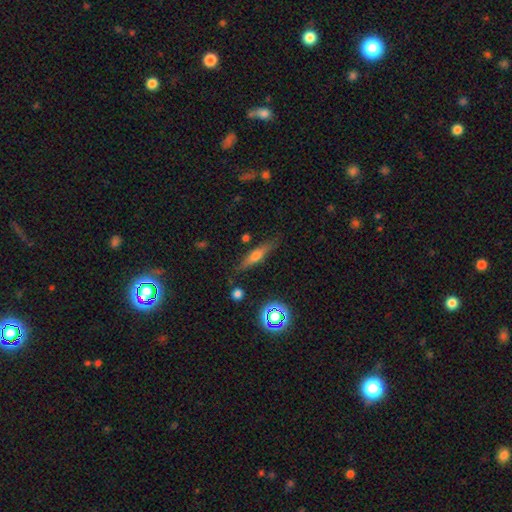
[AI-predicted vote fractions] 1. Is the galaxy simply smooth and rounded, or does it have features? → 45% featured or disk (tied), 45% smooth (tied), 10% star or artifact.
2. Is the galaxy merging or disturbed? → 81% none, 13% minor disturbance, 3% major disturbance, 3% merger.